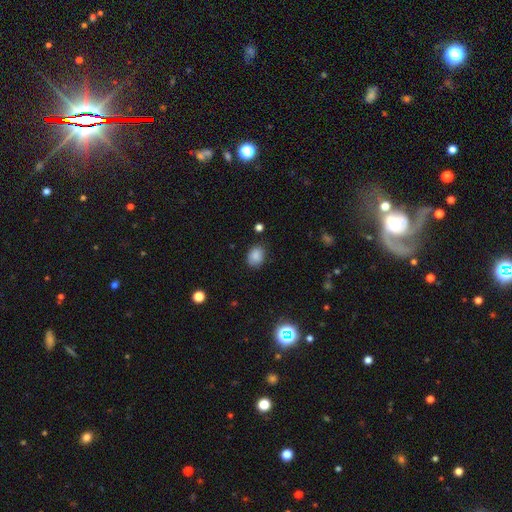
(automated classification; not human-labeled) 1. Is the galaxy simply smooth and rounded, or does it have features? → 85% smooth, 11% star or artifact, 5% featured or disk.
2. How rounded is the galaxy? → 60% in between, 39% round, 1% cigar-shaped.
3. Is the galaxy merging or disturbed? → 80% none, 15% minor disturbance, 3% major disturbance, 2% merger.